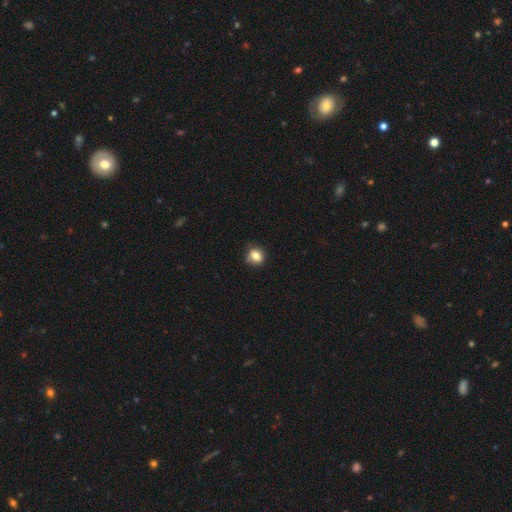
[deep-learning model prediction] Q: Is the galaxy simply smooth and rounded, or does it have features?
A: smooth — 80%.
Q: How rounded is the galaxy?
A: round — 70%.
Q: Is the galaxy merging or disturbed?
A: none — 73%.